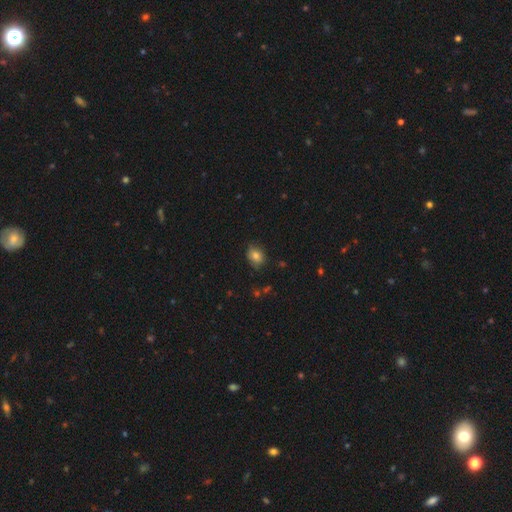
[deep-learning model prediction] This is clearly a smooth galaxy (82%). How rounded: possibly in between (55%). Merging: likely none (77%).